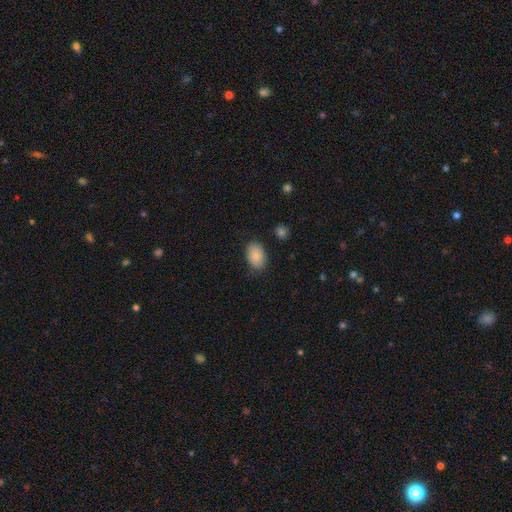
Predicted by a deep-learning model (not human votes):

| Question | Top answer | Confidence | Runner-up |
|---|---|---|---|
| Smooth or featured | smooth | 89% | star or artifact (7%) |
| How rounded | in between | 90% | round (9%) |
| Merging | none | 82% | minor disturbance (13%) |